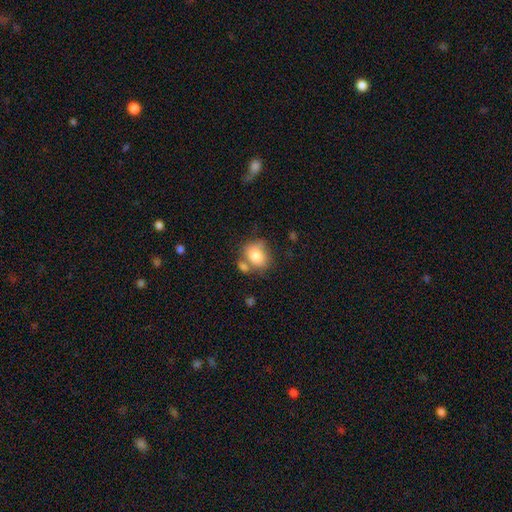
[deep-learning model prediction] smooth 80%, featured or disk 12%, star or artifact 8%. Down the decision tree: how rounded — in between (52%); merging — none (48%).